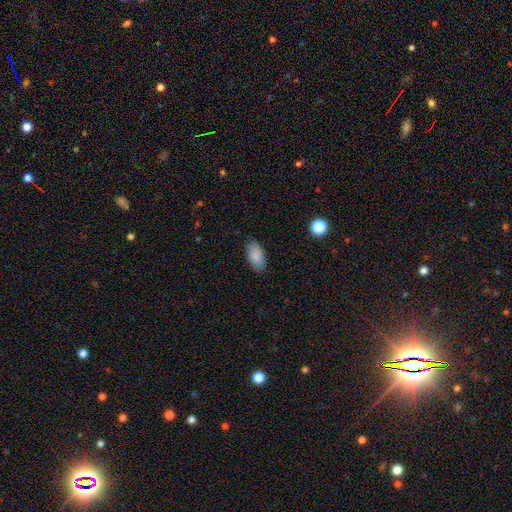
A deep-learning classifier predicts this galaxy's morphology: The model was most divided on "merging": none: 85%, minor disturbance: 11%, major disturbance: 2%, merger: 1%. More confident: how rounded — in between (93%); smooth or featured — smooth (88%).